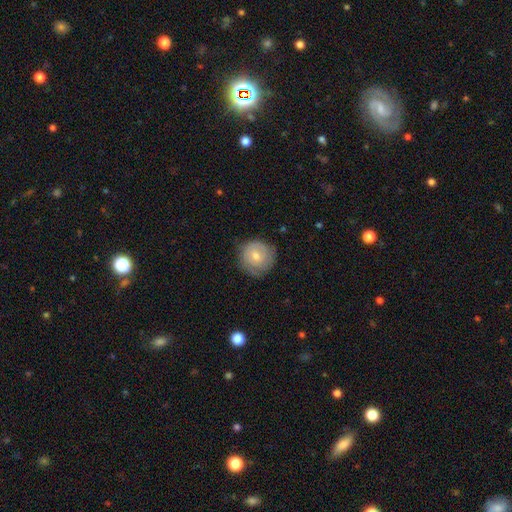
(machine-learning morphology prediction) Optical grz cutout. It shows a smooth galaxy with no disk features (53%) that is round (93%). Merging: none (76%).